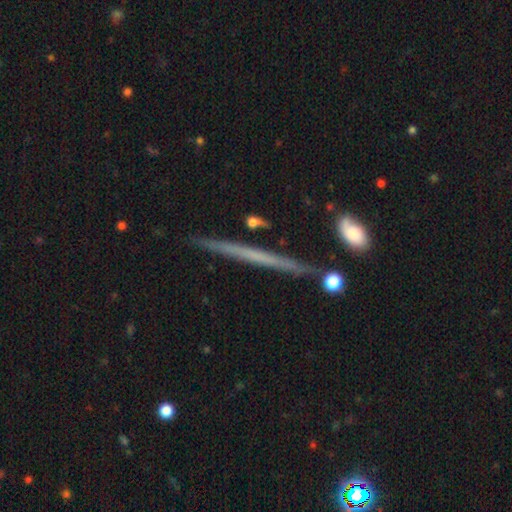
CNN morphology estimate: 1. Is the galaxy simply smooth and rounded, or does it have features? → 58% featured or disk, 35% smooth, 7% star or artifact.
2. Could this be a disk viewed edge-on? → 97% yes, 3% no.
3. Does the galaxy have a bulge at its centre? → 91% none, 6% rounded, 3% boxy.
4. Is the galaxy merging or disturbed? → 88% none, 8% minor disturbance, 2% merger, 2% major disturbance.